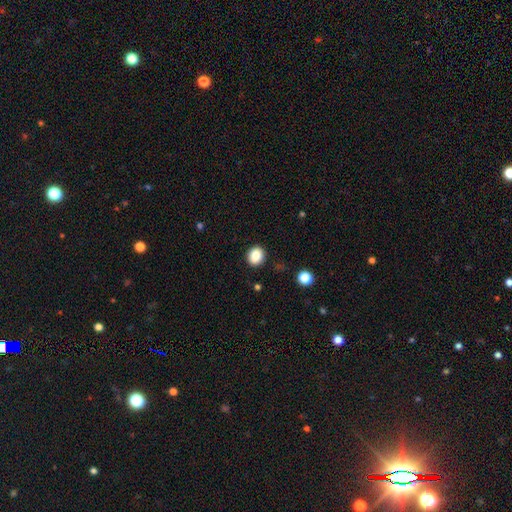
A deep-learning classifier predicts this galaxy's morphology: Smooth or featured: smooth — 86% (star or artifact — 9%)
How rounded: round — 74% (in between — 25%)
Merging: none — 90% (minor disturbance — 6%)